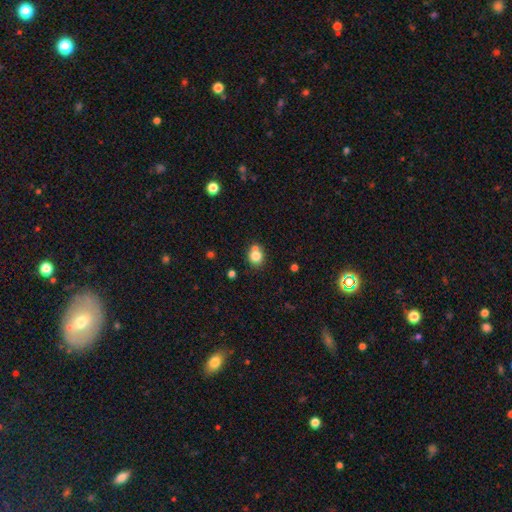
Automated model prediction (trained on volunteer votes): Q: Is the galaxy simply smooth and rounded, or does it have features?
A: smooth — 80%.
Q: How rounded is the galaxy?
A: round — 70%.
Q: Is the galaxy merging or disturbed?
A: none — 55%.